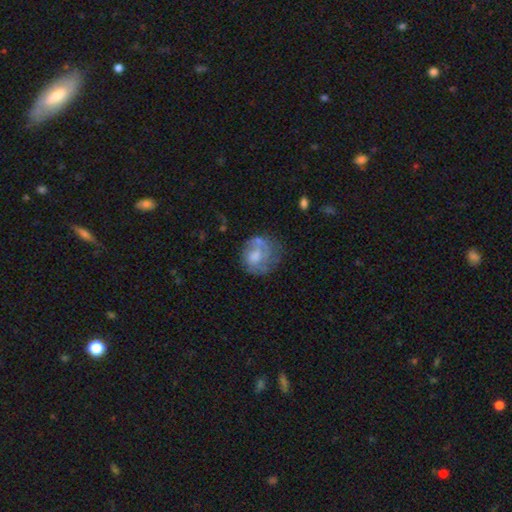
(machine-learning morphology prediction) smooth_or_featured: featured or disk (p=0.49) [alt: smooth p=0.42]
merging: none (p=0.49) [alt: minor disturbance p=0.24]